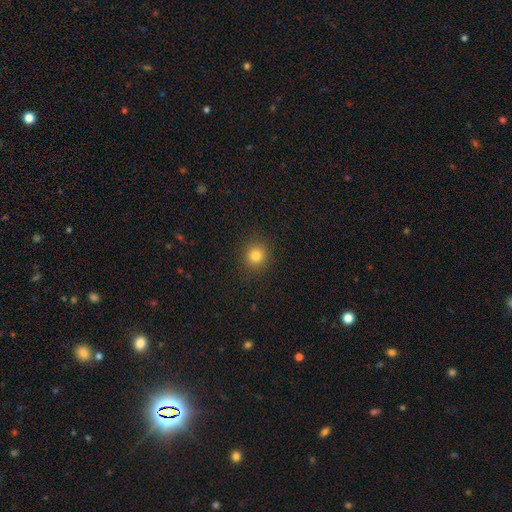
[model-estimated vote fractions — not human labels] smooth-or-featured: smooth: 81% | star or artifact: 13% | featured or disk: 6%
  how-rounded: round: 89% | in between: 10% | cigar-shaped: 1%
  merging: none: 90% | minor disturbance: 6% | major disturbance: 2% | merger: 1%